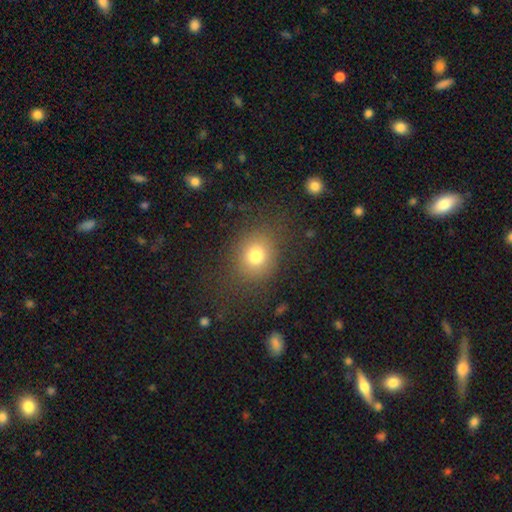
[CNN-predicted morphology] A smooth galaxy with no disk features (76%) that is round (72%). Merging: none (78%).